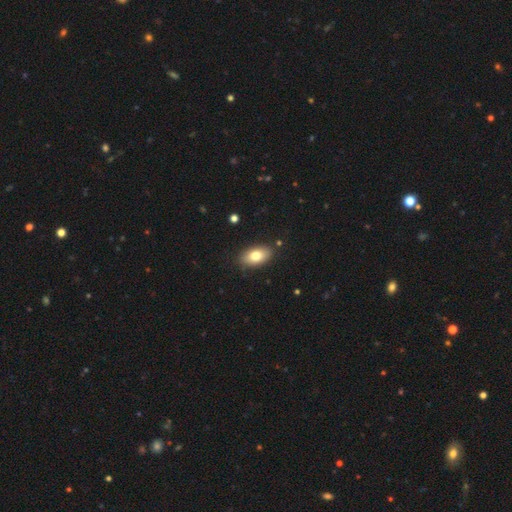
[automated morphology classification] This appears to be a smooth galaxy with no disk features (77%) that is in between round and cigar-shaped (92%). Merging: none (87%).